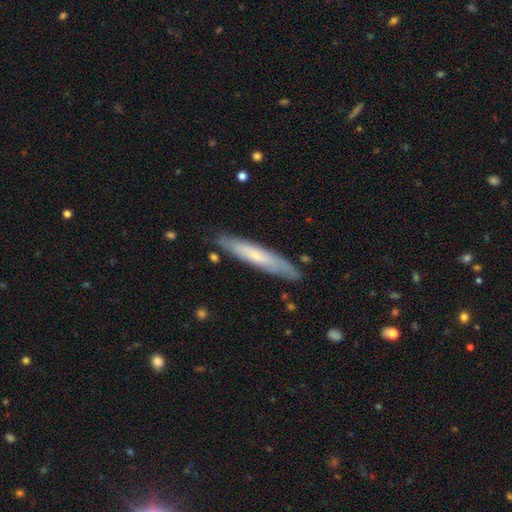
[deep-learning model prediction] A smooth galaxy with no disk features (48%). Merging: none (84%).